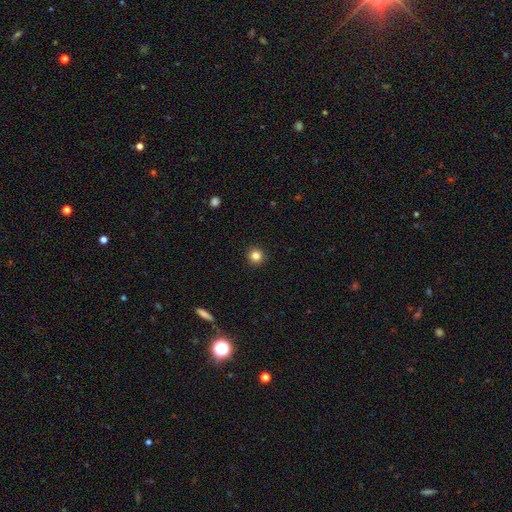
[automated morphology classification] This is clearly a smooth galaxy (83%). How rounded: clearly round (95%). Merging: clearly none (93%).